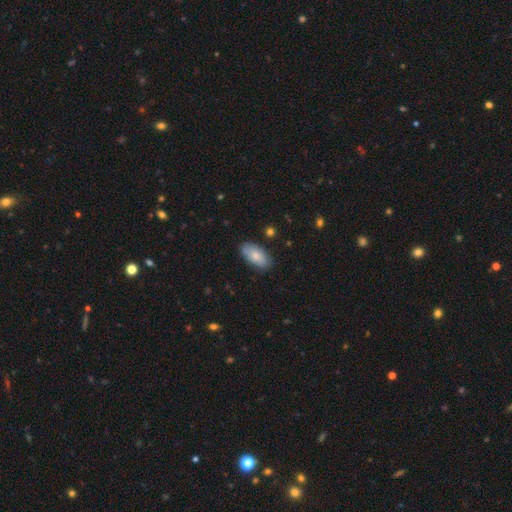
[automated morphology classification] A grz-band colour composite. It shows a smooth galaxy with no disk features (80%) that is in between round and cigar-shaped (92%). Merging: none (83%).